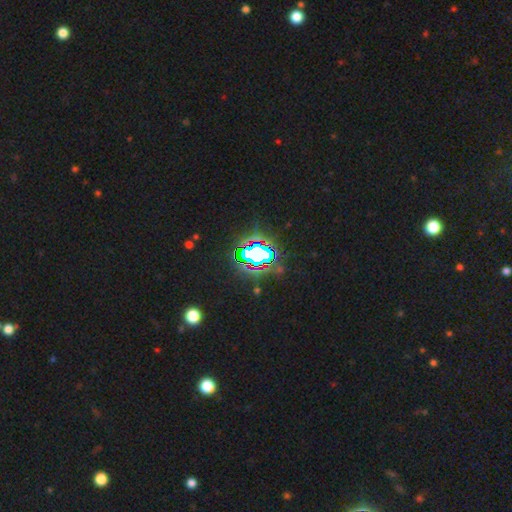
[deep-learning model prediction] star or artifact 72%, smooth 14%, featured or disk 14%.